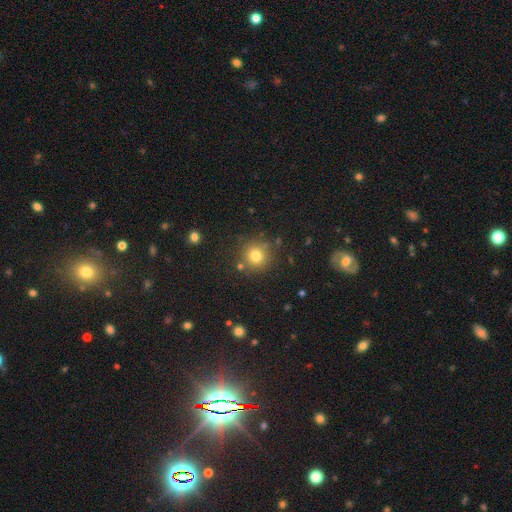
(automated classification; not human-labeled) Smooth or featured? smooth (76%)
How rounded? round (93%)
Merging? none (83%)